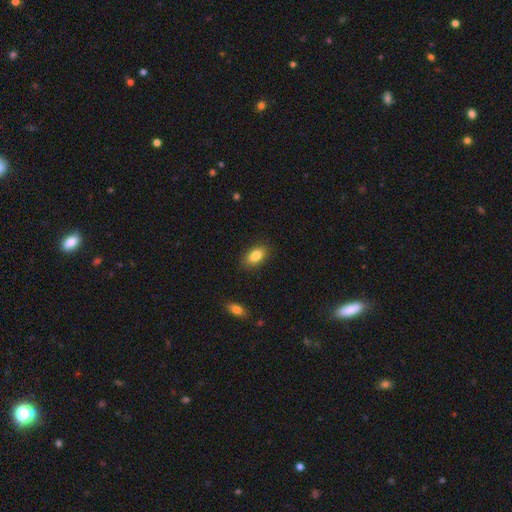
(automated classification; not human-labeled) This appears to be a smooth galaxy with no disk features (85%) that is in between round and cigar-shaped (90%). Merging: none (86%).